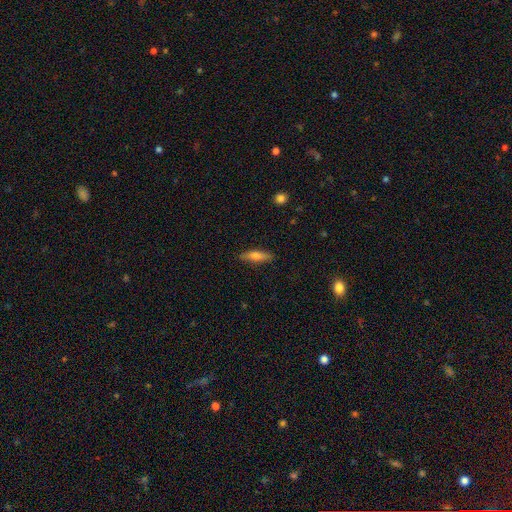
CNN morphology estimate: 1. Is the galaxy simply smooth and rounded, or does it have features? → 66% smooth, 27% featured or disk, 7% star or artifact.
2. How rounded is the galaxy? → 66% cigar-shaped, 32% in between, 2% round.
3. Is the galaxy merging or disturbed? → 86% none, 10% minor disturbance, 2% major disturbance, 1% merger.